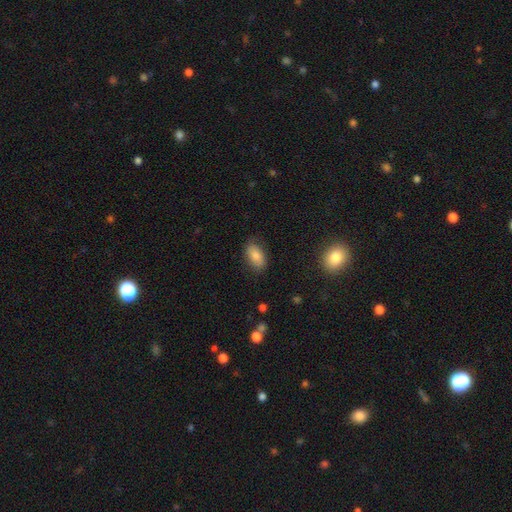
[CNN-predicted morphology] Q: Smooth or featured?
A: smooth (80%); runner-up: featured or disk (12%)
Q: How rounded?
A: in between (92%); runner-up: round (5%)
Q: Merging?
A: none (79%); runner-up: minor disturbance (15%)